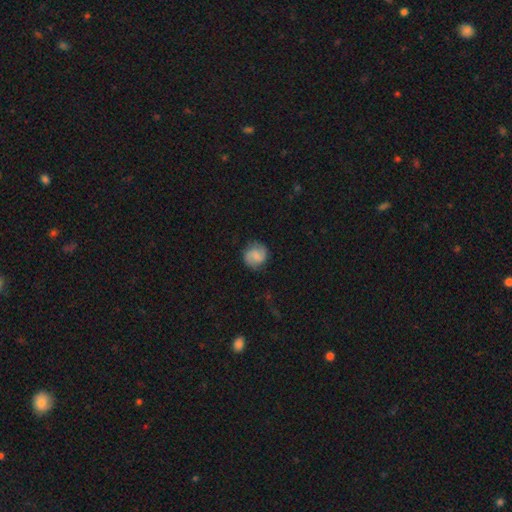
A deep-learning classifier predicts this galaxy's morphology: smooth-or-featured: featured or disk: 48% | smooth: 43% | star or artifact: 8%
  merging: none: 81% | minor disturbance: 13% | major disturbance: 4% | merger: 1%